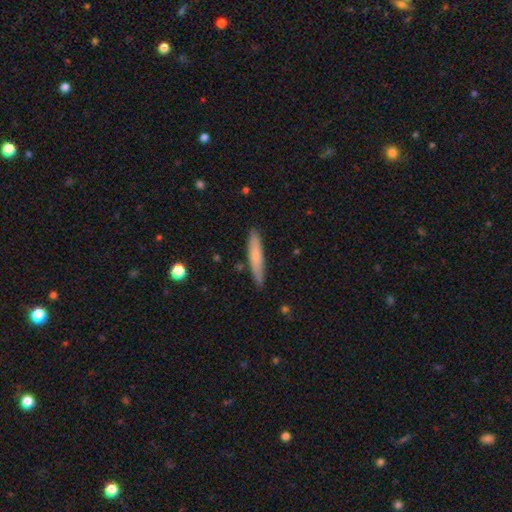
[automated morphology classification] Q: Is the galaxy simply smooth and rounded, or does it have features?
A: smooth — 70%.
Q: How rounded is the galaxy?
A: cigar-shaped — 91%.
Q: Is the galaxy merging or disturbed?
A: none — 85%.